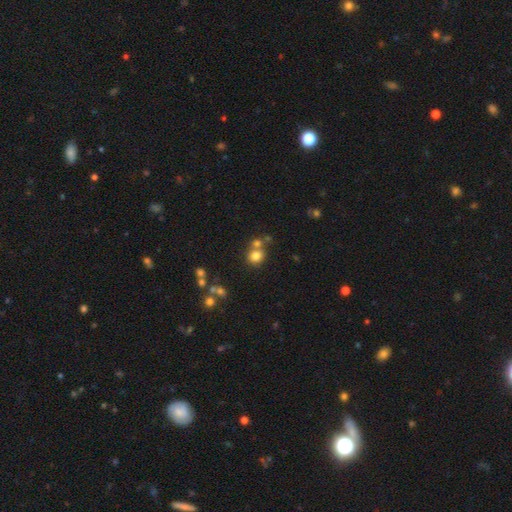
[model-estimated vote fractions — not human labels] Smooth or featured? Predicted: smooth (p=0.76). How rounded? Predicted: round (p=0.82). Merging? Predicted: none (p=0.56).